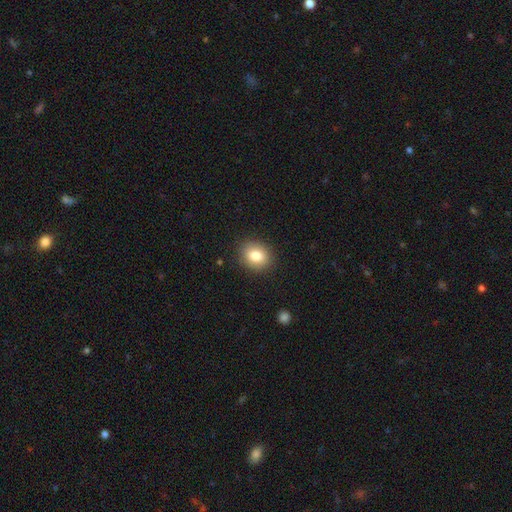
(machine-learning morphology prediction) This is clearly a smooth galaxy (84%). How rounded: possibly round (55%). Merging: clearly none (88%).